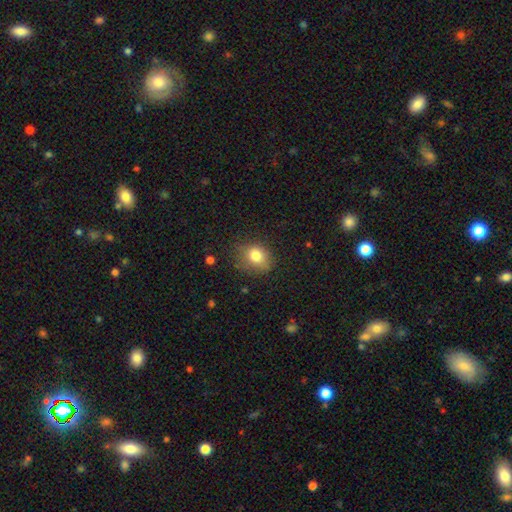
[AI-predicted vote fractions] smooth_or_featured: smooth (p=0.80) [alt: star or artifact p=0.11]
how_rounded: round (p=0.57) [alt: in between p=0.42]
merging: none (p=0.71) [alt: minor disturbance p=0.21]